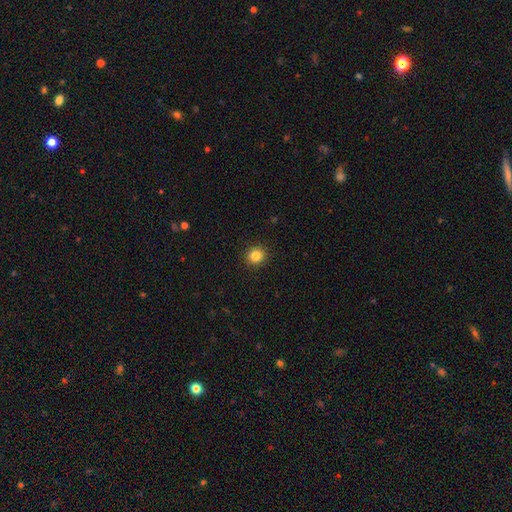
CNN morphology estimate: The model was most divided on "smooth or featured": smooth: 84%, star or artifact: 11%, featured or disk: 5%. More confident: merging — none (93%); how rounded — round (92%).